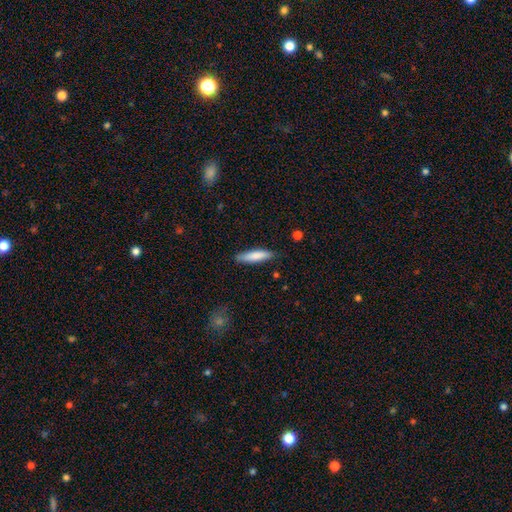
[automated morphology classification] This appears to be a smooth galaxy with no disk features (82%) that is cigar-shaped (77%). Merging: none (85%).